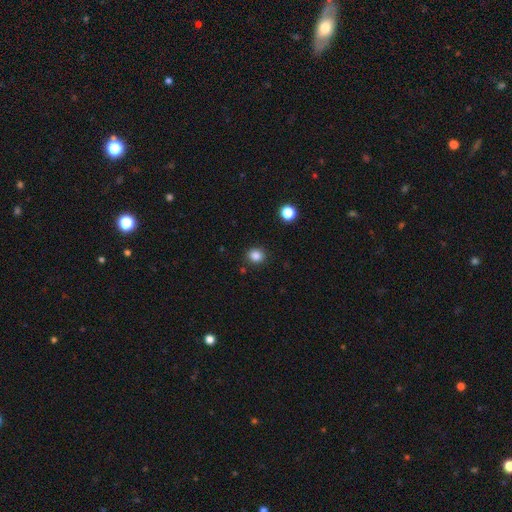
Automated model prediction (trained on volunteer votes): This is clearly a smooth galaxy (85%). How rounded: likely round (76%). Merging: clearly none (89%).